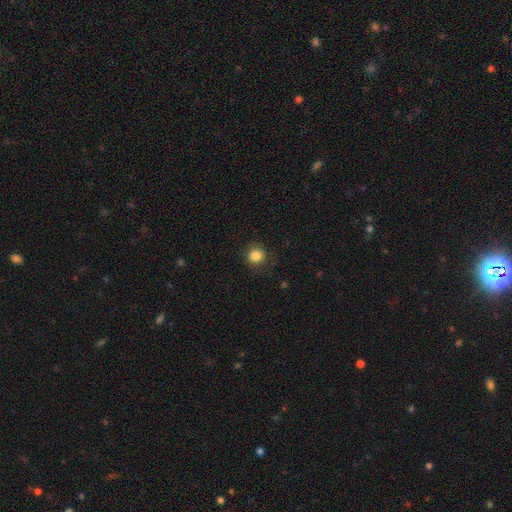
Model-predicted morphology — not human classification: Smooth or featured? Predicted: smooth (p=0.85). How rounded? Predicted: round (p=0.89). Merging? Predicted: none (p=0.86).